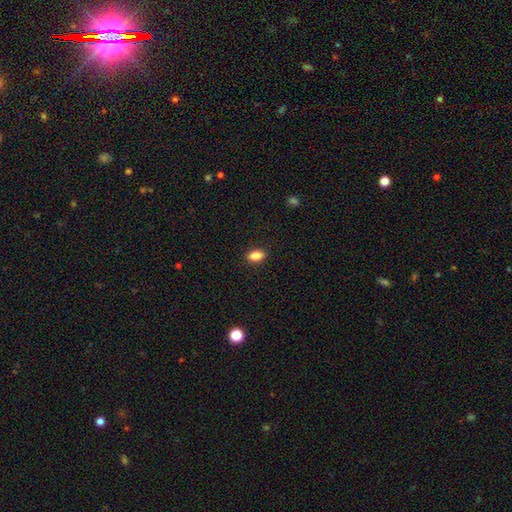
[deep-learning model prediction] Smooth or featured? smooth (84%)
How rounded? in between (86%)
Merging? none (89%)